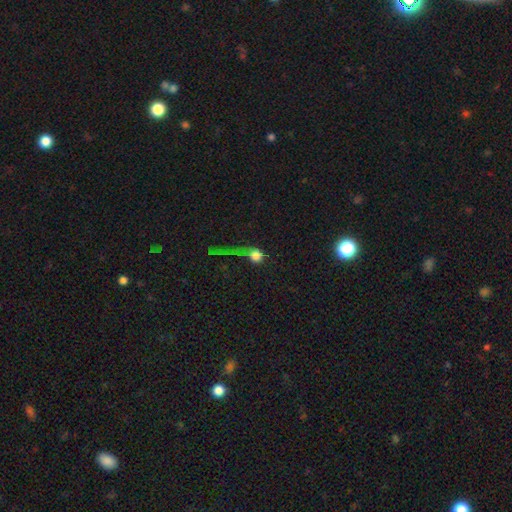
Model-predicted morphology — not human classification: Smooth or featured: smooth — 68% (star or artifact — 21%)
How rounded: round — 79% (in between — 17%)
Merging: none — 37% (major disturbance — 34%)